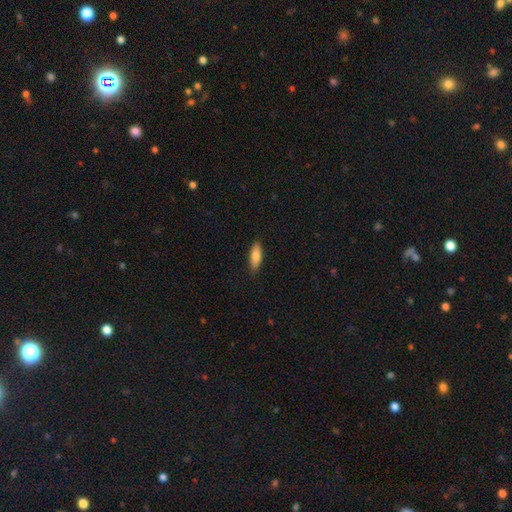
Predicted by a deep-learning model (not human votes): Q: Smooth or featured?
A: smooth (79%); runner-up: featured or disk (15%)
Q: How rounded?
A: in between (59%); runner-up: cigar-shaped (38%)
Q: Merging?
A: none (88%); runner-up: minor disturbance (9%)